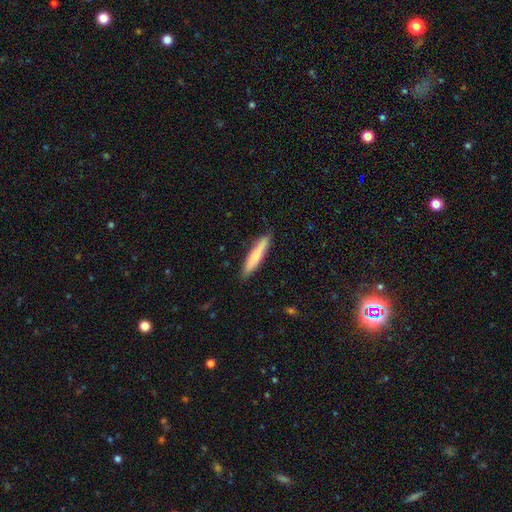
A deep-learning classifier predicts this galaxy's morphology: smooth_or_featured: smooth (p=0.78) [alt: featured or disk p=0.17]
how_rounded: cigar-shaped (p=0.91) [alt: in between p=0.08]
merging: none (p=0.88) [alt: minor disturbance p=0.09]